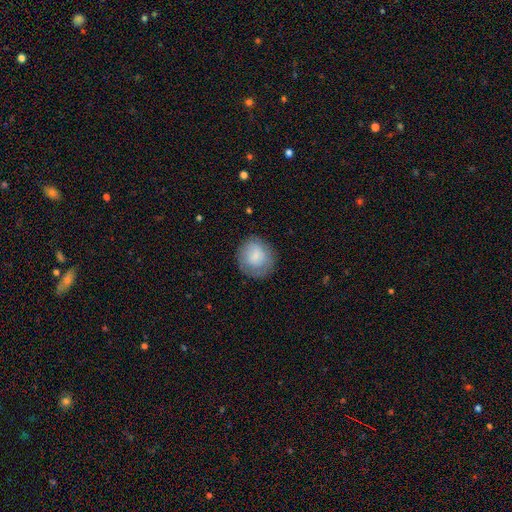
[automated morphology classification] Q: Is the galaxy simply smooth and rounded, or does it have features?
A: smooth — 76%.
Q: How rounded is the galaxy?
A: round — 85%.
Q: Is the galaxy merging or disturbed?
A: none — 77%.